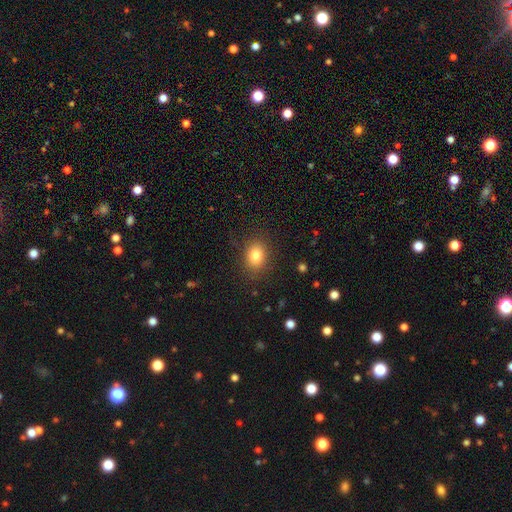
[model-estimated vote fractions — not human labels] smooth-or-featured: smooth: 82% | star or artifact: 10% | featured or disk: 7%
  how-rounded: in between: 56% | round: 43% | cigar-shaped: 1%
  merging: none: 86% | minor disturbance: 9% | major disturbance: 3% | merger: 1%